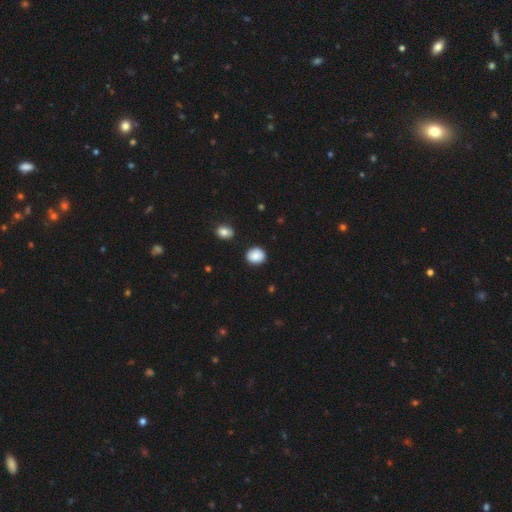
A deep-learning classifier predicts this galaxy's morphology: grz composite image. It shows a smooth galaxy with no disk features (87%) that is round (73%). Merging: none (86%).